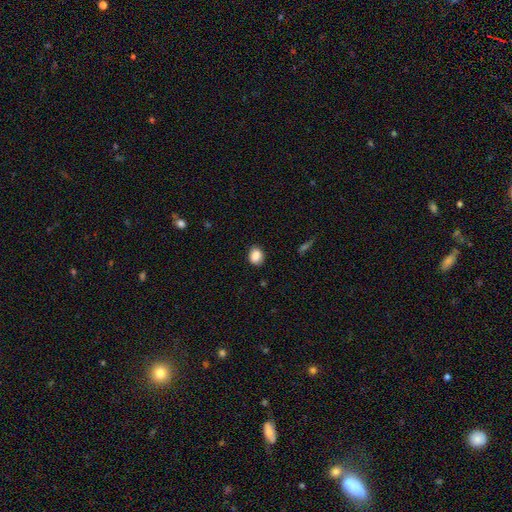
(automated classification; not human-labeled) The model was most divided on "how rounded": in between: 58%, round: 41%, cigar-shaped: 1%. More confident: smooth or featured — smooth (87%); merging — none (85%).